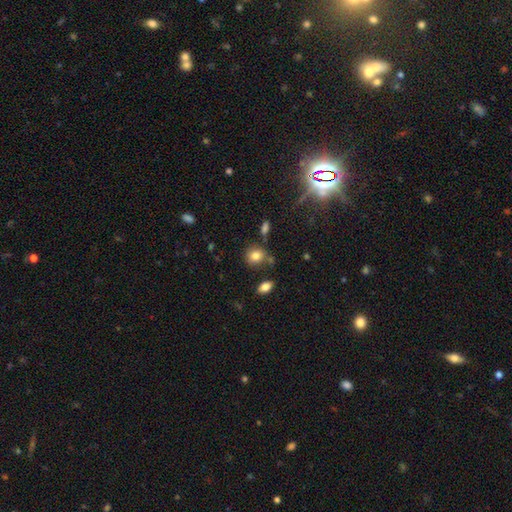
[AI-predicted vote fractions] smooth-or-featured: smooth: 81% | star or artifact: 11% | featured or disk: 8%
  how-rounded: round: 70% | in between: 29% | cigar-shaped: 1%
  merging: none: 74% | minor disturbance: 14% | merger: 9% | major disturbance: 4%